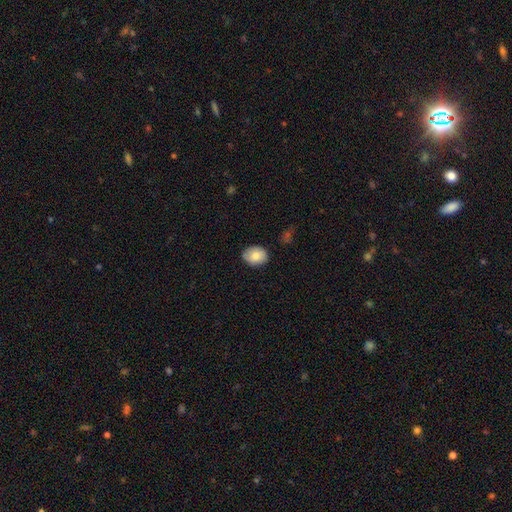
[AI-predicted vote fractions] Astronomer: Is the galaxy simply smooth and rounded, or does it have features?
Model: smooth — 82%.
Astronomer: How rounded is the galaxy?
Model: in between — 62%.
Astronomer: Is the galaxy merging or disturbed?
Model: none — 80%.